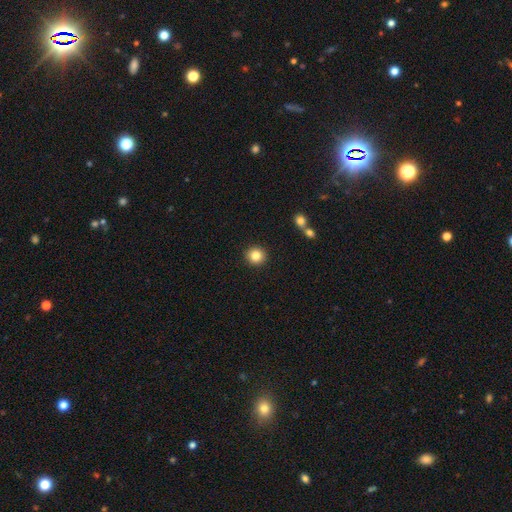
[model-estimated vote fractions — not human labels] A smooth galaxy with no disk features (84%) that is round (93%). Merging: none (92%).